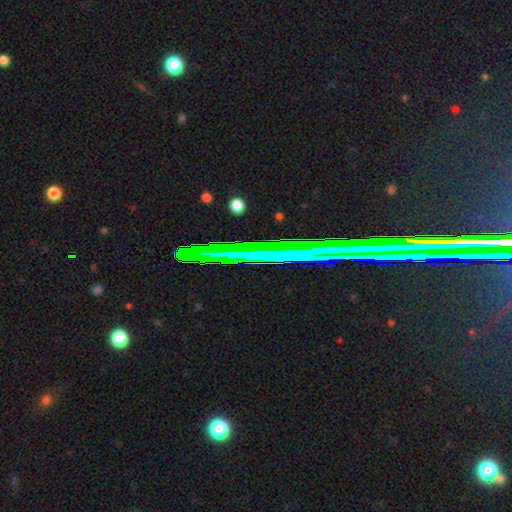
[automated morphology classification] smooth-or-featured: star or artifact: 59% | featured or disk: 22% | smooth: 19%